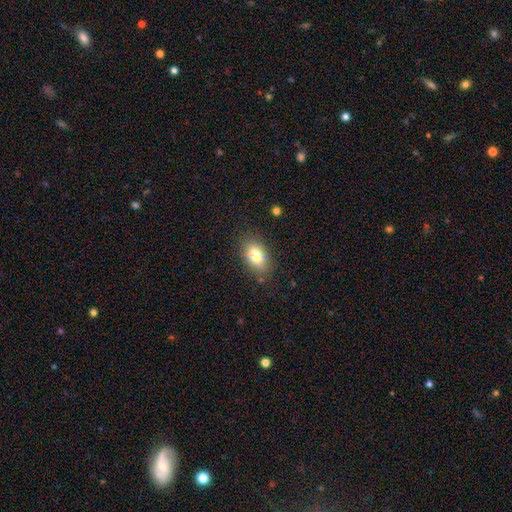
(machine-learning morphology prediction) Smooth or featured? smooth (81%)
How rounded? in between (88%)
Merging? none (80%)